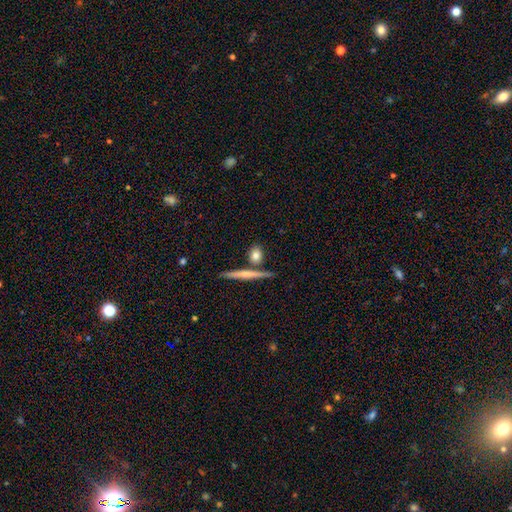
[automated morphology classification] Overall: smooth (75%). How rounded: round (42%; in between 31%). Merging: none (72%).